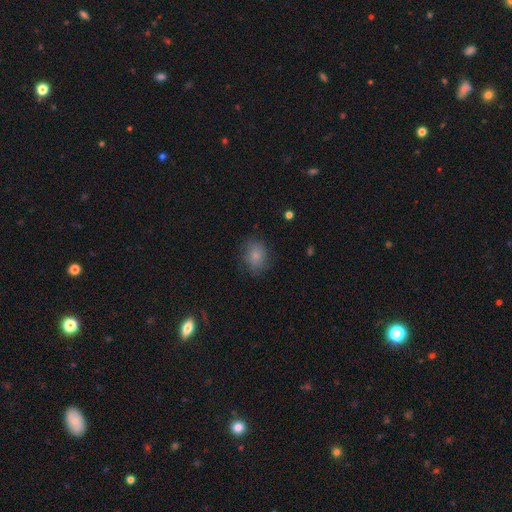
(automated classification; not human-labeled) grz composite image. It shows a smooth galaxy with no disk features (82%) that is in between round and cigar-shaped (51%). Merging: none (77%).